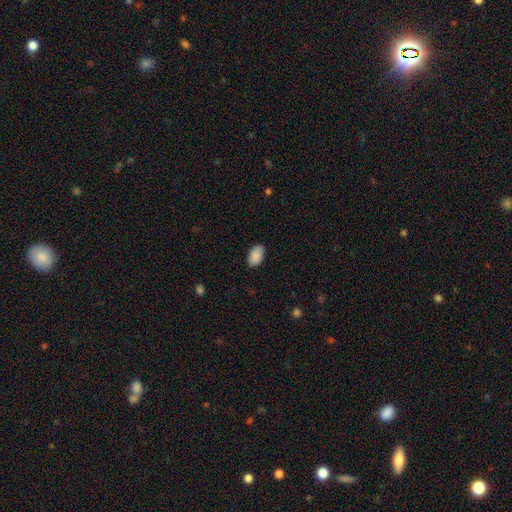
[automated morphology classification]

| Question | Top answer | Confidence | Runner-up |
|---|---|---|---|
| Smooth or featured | smooth | 90% | star or artifact (7%) |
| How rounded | in between | 93% | round (5%) |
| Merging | none | 85% | minor disturbance (11%) |